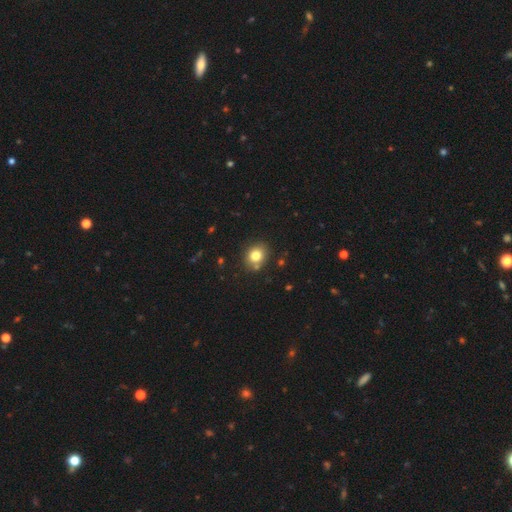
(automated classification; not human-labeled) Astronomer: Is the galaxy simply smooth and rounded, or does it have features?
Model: smooth — 79%.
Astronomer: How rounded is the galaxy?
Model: round — 70%.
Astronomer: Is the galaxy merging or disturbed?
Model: none — 80%.